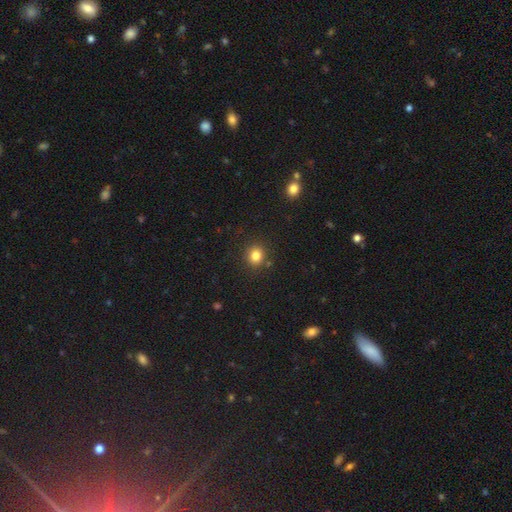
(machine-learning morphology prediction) The model was most divided on "how rounded": round: 82%, in between: 17%, cigar-shaped: 1%. More confident: merging — none (87%); smooth or featured — smooth (82%).